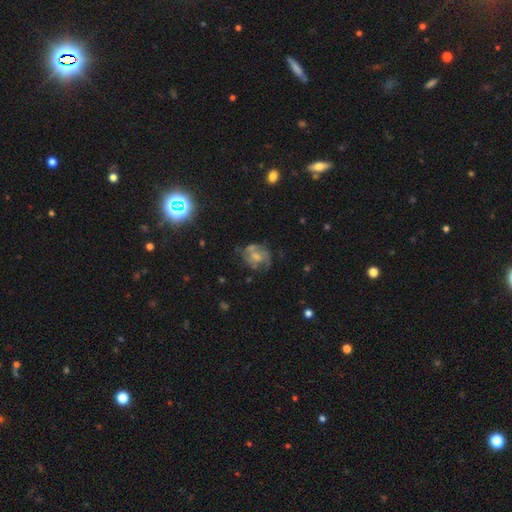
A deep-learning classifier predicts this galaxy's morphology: A featured or disk galaxy (61%) with no bar (67%), spiral arms (62%) and a moderate central bulge (40%).

Vote fractions:
- Smooth or featured? featured or disk: 61% / smooth: 29% / star or artifact: 10%
- Edge-on disk? no: 97% / yes: 3%
- Bar? no: 67% / weak: 28% / strong: 5%
- Spiral arms? yes: 62% / no: 38%
- Bulge size? moderate: 40% / small: 35% / none: 18% / large: 6% / dominant: 1%
- Merging? none: 47% / minor disturbance: 24% / major disturbance: 22% / merger: 6%